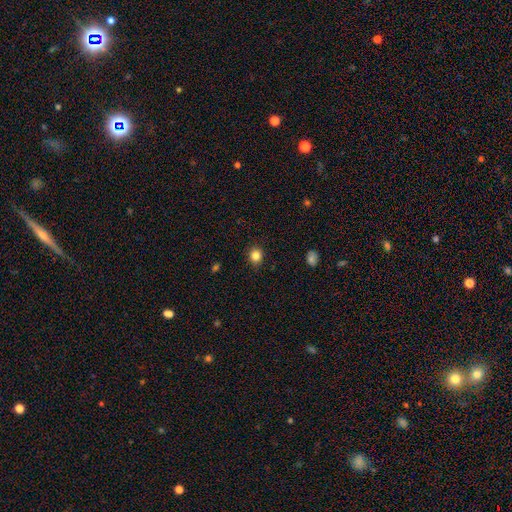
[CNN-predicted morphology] A smooth galaxy with no disk features (84%) that is round (74%). Merging: none (89%).